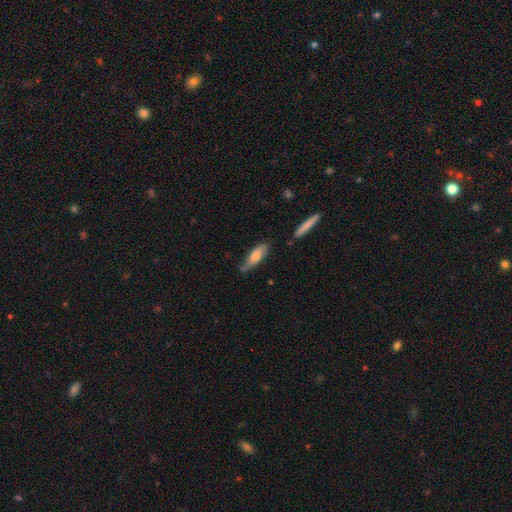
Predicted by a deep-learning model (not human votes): Q: Smooth or featured?
A: smooth (57%); runner-up: featured or disk (37%)
Q: How rounded?
A: in between (49%); tied with: cigar-shaped (49%)
Q: Merging?
A: none (64%); runner-up: minor disturbance (27%)